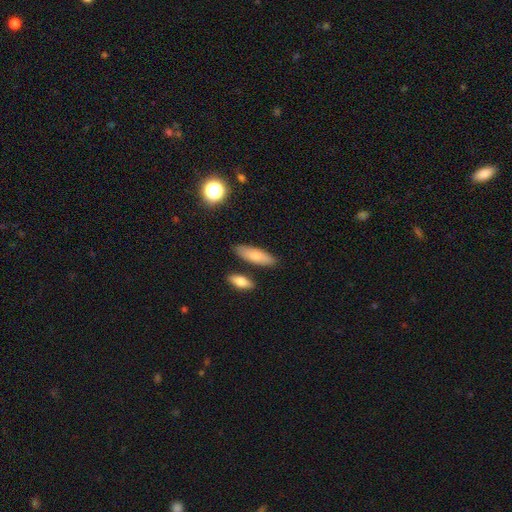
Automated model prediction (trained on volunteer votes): smooth_or_featured: smooth (p=0.78) [alt: featured or disk p=0.16]
how_rounded: in between (p=0.59) [alt: cigar-shaped p=0.39]
merging: none (p=0.80) [alt: minor disturbance p=0.12]